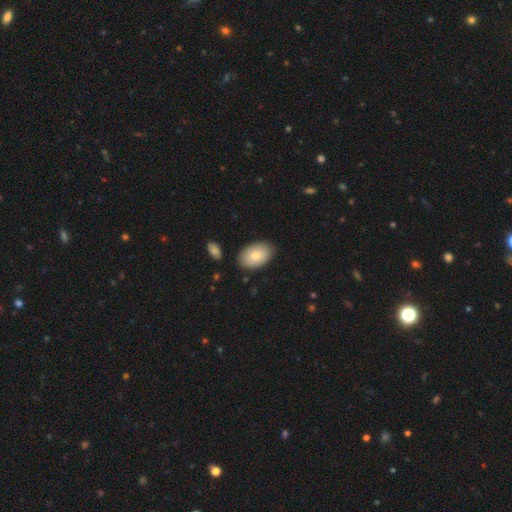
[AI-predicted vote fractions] Smooth or featured: smooth — 82% (featured or disk — 12%)
How rounded: in between — 92% (round — 7%)
Merging: none — 84% (minor disturbance — 11%)